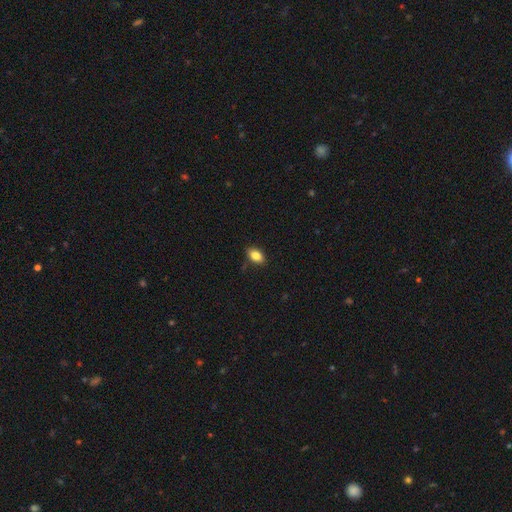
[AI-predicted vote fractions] smooth-or-featured: smooth: 84% | star or artifact: 8% | featured or disk: 7%
  how-rounded: in between: 88% | round: 9% | cigar-shaped: 3%
  merging: none: 85% | minor disturbance: 12% | major disturbance: 2% | merger: 1%